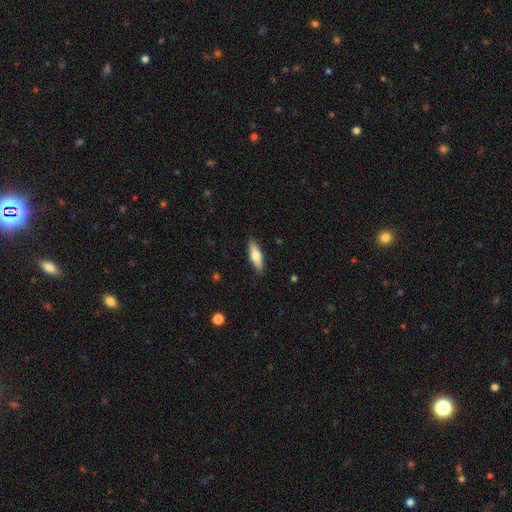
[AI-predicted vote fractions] Smooth or featured: smooth — 67% (featured or disk — 28%)
How rounded: cigar-shaped — 50% (in between — 48%)
Merging: none — 88% (minor disturbance — 9%)